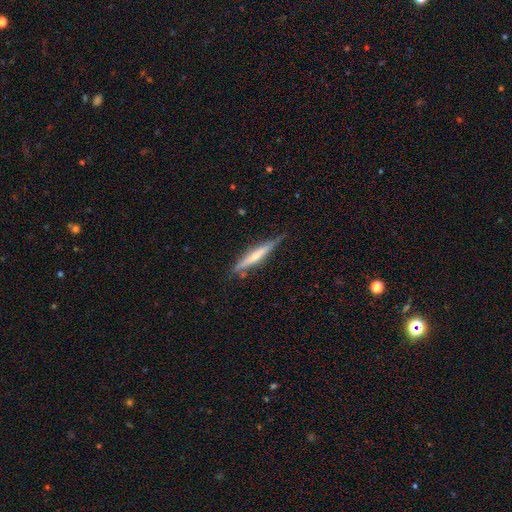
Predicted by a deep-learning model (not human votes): smooth_or_featured: featured or disk (p=0.58) [alt: smooth p=0.36]
disk_edge_on: yes (p=0.95) [alt: no p=0.05]
edge_on_bulge: rounded (p=0.54) [alt: none p=0.37]
merging: none (p=0.76) [alt: minor disturbance p=0.18]